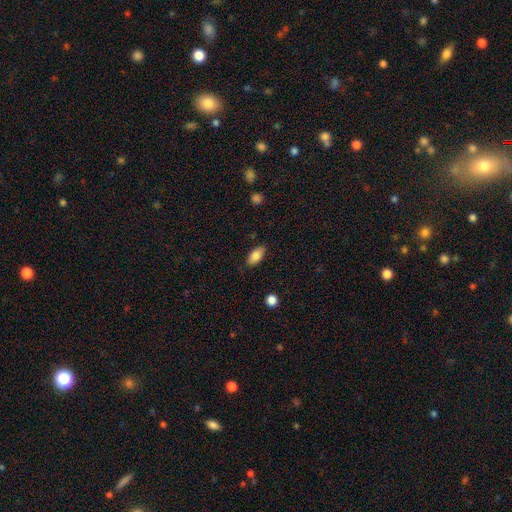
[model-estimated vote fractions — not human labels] Smooth or featured? Predicted: smooth (p=0.82). How rounded? Predicted: in between (p=0.89). Merging? Predicted: none (p=0.84).